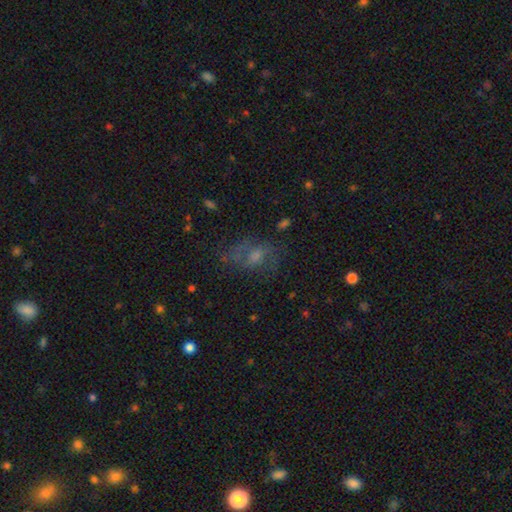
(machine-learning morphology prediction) The model was most divided on "smooth or featured": featured or disk: 45%, smooth: 30%, star or artifact: 24%. More confident: merging — none (57%).